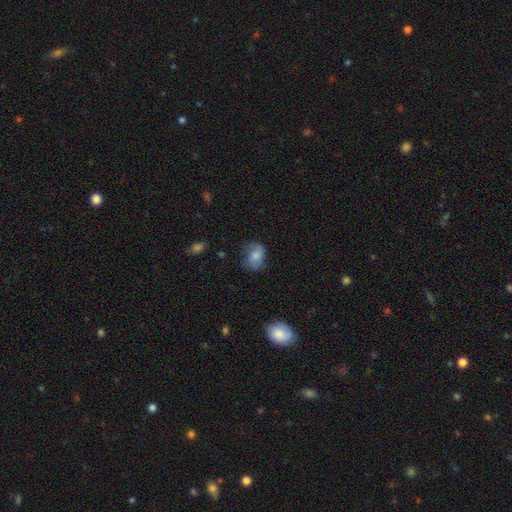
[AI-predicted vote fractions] Q: Smooth or featured?
A: smooth (64%); runner-up: featured or disk (28%)
Q: How rounded?
A: in between (64%); runner-up: round (35%)
Q: Merging?
A: none (56%); runner-up: minor disturbance (29%)